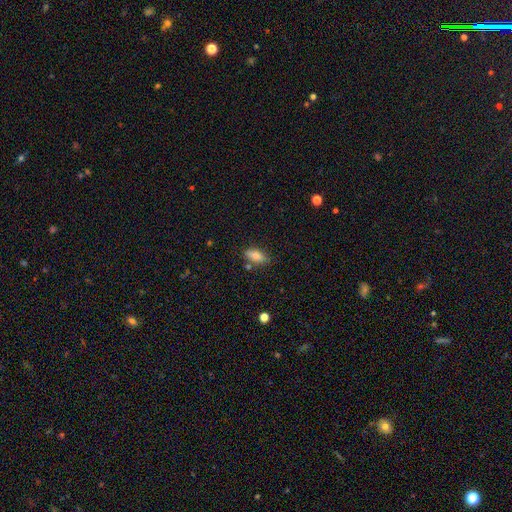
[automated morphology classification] Smooth or featured? Predicted: smooth (p=0.80). How rounded? Predicted: in between (p=0.77). Merging? Predicted: none (p=0.75).